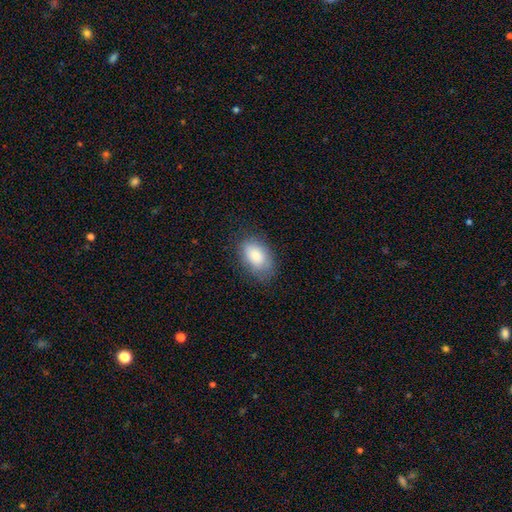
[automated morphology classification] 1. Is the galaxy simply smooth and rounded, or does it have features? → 84% smooth, 9% featured or disk, 7% star or artifact.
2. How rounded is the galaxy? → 91% in between, 8% round, 1% cigar-shaped.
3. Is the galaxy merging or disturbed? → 77% none, 17% minor disturbance, 5% major disturbance, 1% merger.